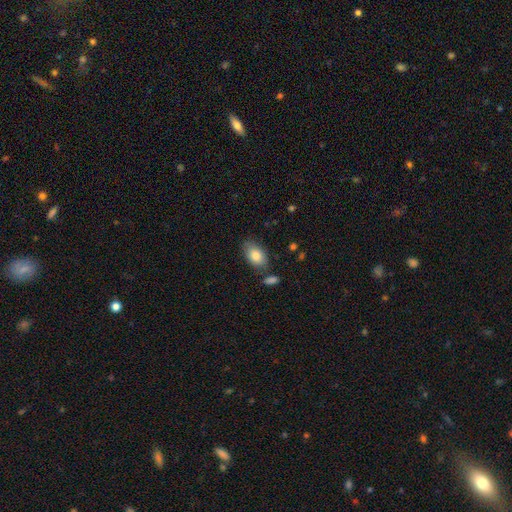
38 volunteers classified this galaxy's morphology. A smooth galaxy with no disk features (82%) that is in between round and cigar-shaped (90%). Merging: none (78%).